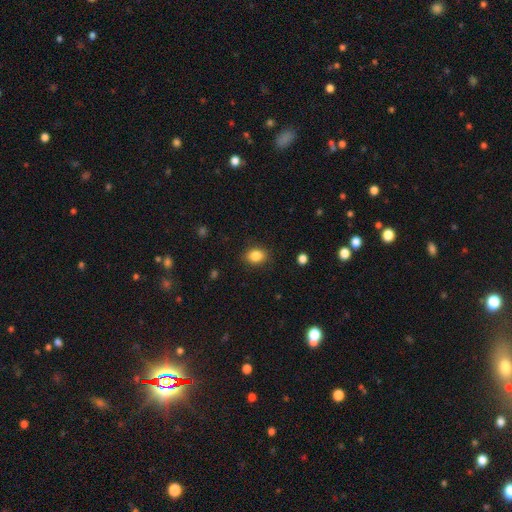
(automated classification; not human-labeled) This appears to be a smooth galaxy with no disk features (86%) that is in between round and cigar-shaped (54%). Merging: none (87%).